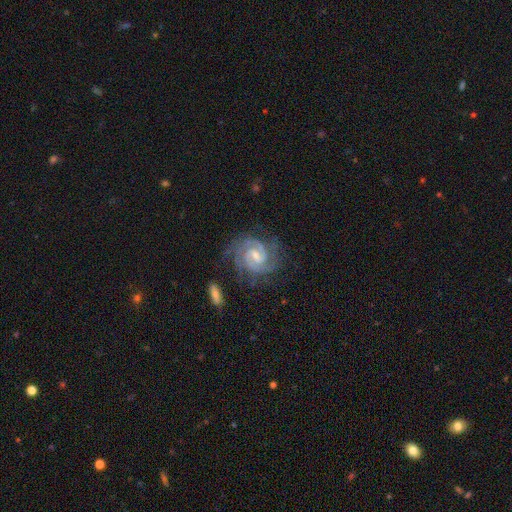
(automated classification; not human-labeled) Smooth or featured? featured or disk (92%)
Edge-on disk? no (98%)
Bar? weak (55%)
Spiral arms? yes (99%)
Spiral winding? tight (64%)
Spiral arm count? 2 (78%)
Bulge size? small (58%)
Merging? none (72%)